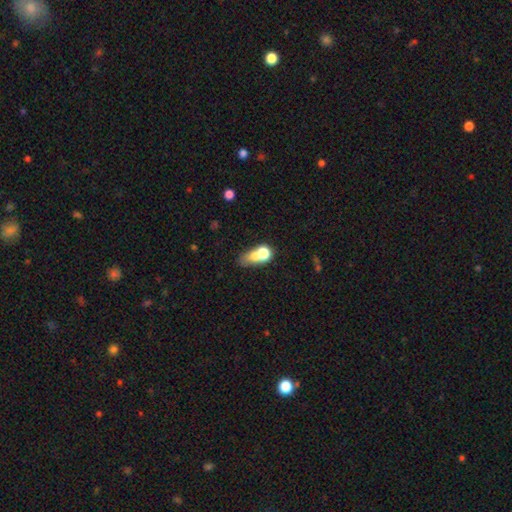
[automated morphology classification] A smooth galaxy with no disk features (65%) that is in between round and cigar-shaped (55%). Merging: merger (47%).